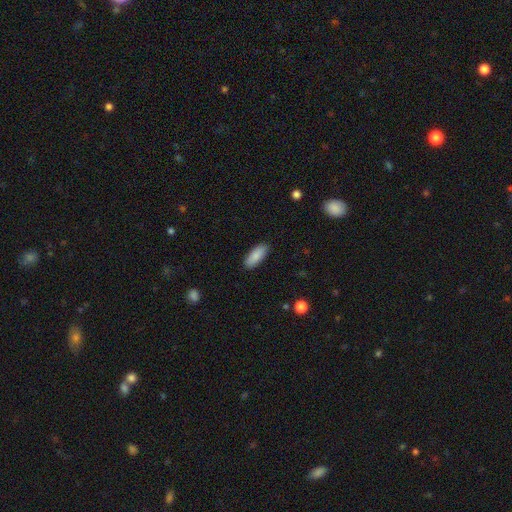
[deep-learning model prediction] This is clearly a smooth galaxy (88%). How rounded: likely in between (80%). Merging: clearly none (89%).